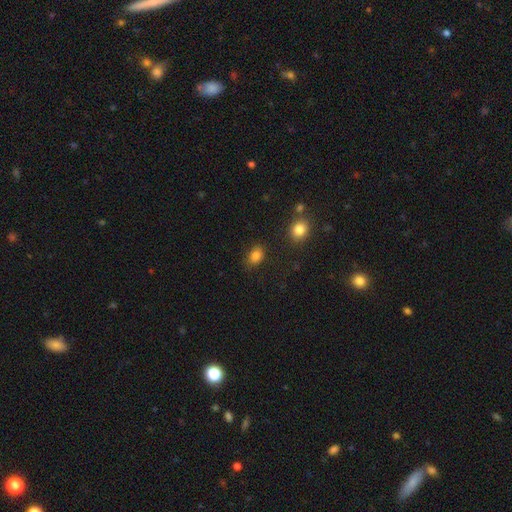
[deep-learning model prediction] Q: Smooth or featured?
A: smooth (84%); runner-up: star or artifact (11%)
Q: How rounded?
A: in between (73%); runner-up: round (26%)
Q: Merging?
A: none (79%); runner-up: minor disturbance (15%)